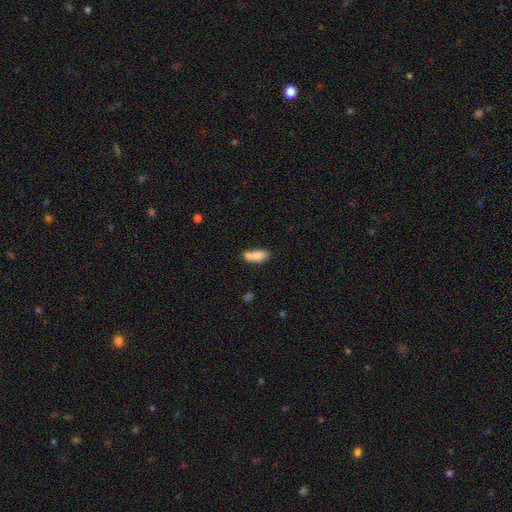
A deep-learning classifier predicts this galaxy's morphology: smooth 83%, featured or disk 10%, star or artifact 8%. Down the decision tree: how rounded — in between (77%); merging — none (52%).